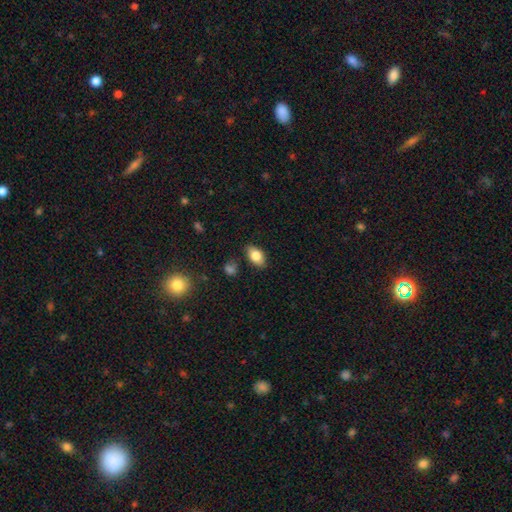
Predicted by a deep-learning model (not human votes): Morphology: type=smooth (82%); roundness=in between (90%); merging=none (83%).